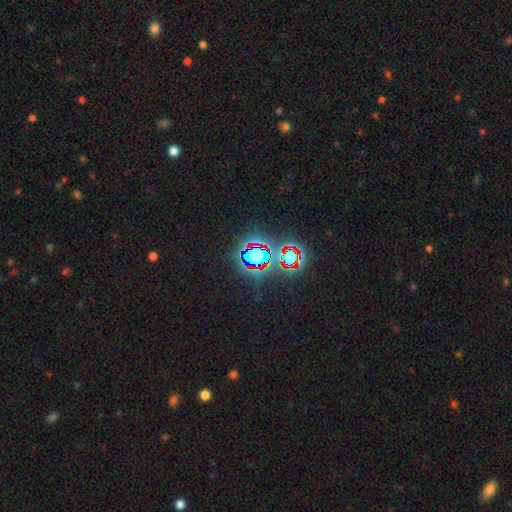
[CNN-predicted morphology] star or artifact 72%, smooth 16%, featured or disk 12%.